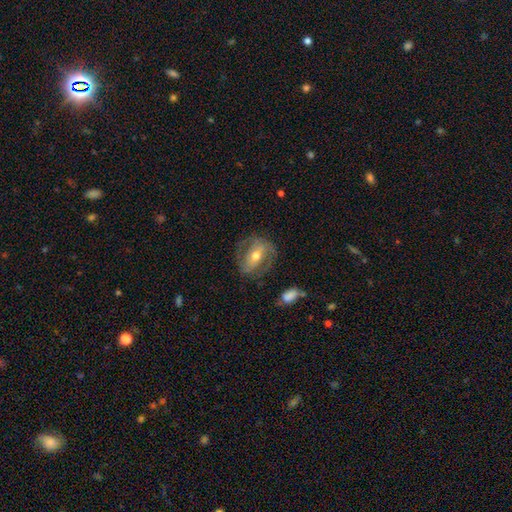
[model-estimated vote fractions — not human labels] Overall: featured or disk (70%). Edge-on disk: no (94%). Bar: strong (41%; weak 33%). Spiral arms: yes (77%). Spiral arm count: 2 (75%). Spiral winding: medium (44%; tight 35%). Bulge size: moderate (65%; small 28%). Merging: none (67%).